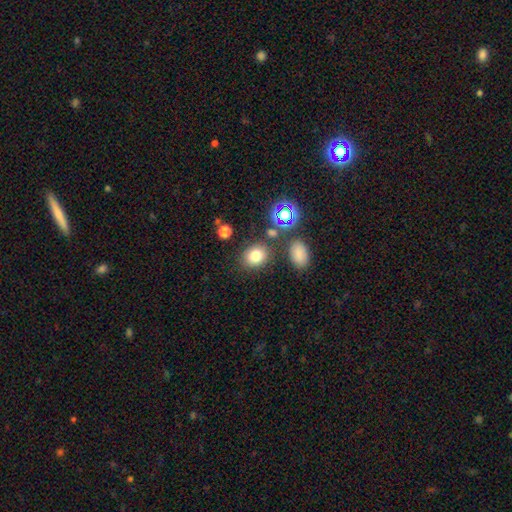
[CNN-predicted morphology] A smooth galaxy with no disk features (76%) that is round (56%). Merging: none (77%).